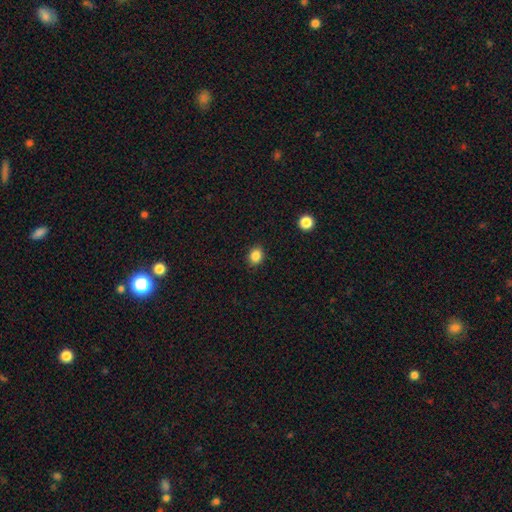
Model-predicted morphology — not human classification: Q: Smooth or featured?
A: smooth (85%); runner-up: star or artifact (11%)
Q: How rounded?
A: round (60%); runner-up: in between (39%)
Q: Merging?
A: none (89%); runner-up: minor disturbance (7%)